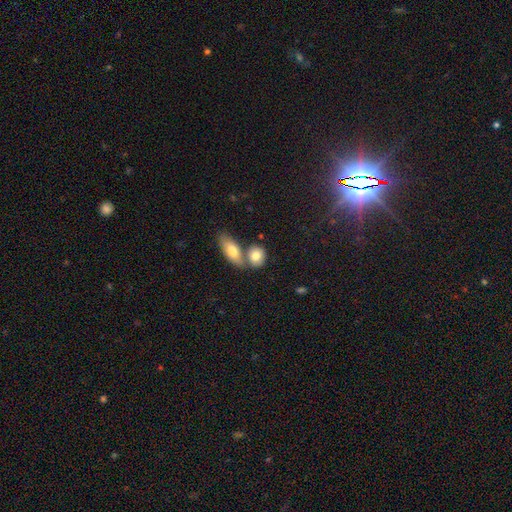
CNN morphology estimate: Smooth or featured? smooth (79%)
How rounded? in between (63%)
Merging? none (48%)